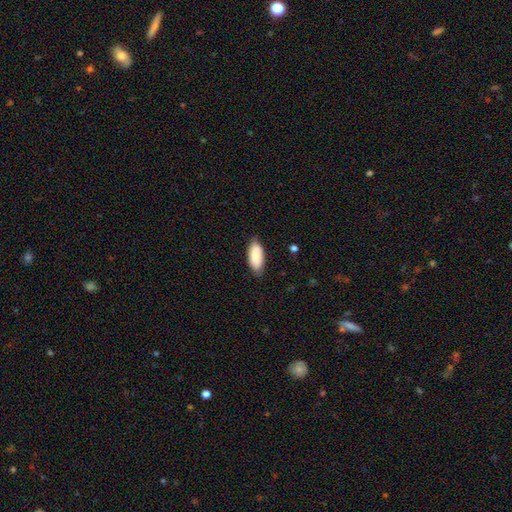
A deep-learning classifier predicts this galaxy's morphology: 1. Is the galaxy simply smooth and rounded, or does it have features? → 86% smooth, 8% featured or disk, 6% star or artifact.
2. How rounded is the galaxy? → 86% in between, 12% cigar-shaped, 2% round.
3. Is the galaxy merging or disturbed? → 80% none, 16% minor disturbance, 2% major disturbance, 1% merger.